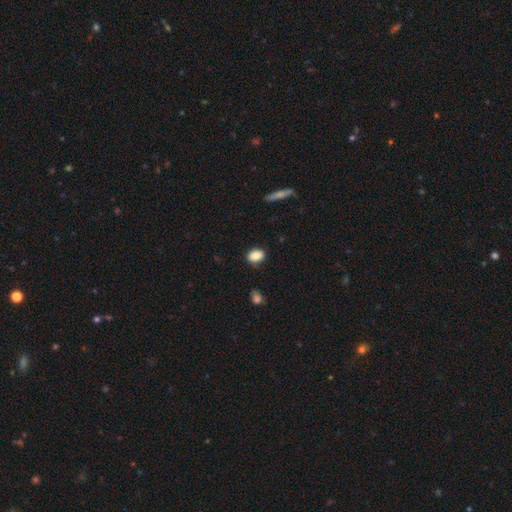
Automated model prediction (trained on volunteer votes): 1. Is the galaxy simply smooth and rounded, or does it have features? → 87% smooth, 8% star or artifact, 5% featured or disk.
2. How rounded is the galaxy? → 72% in between, 26% round, 1% cigar-shaped.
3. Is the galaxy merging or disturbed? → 83% none, 13% minor disturbance, 3% major disturbance, 2% merger.